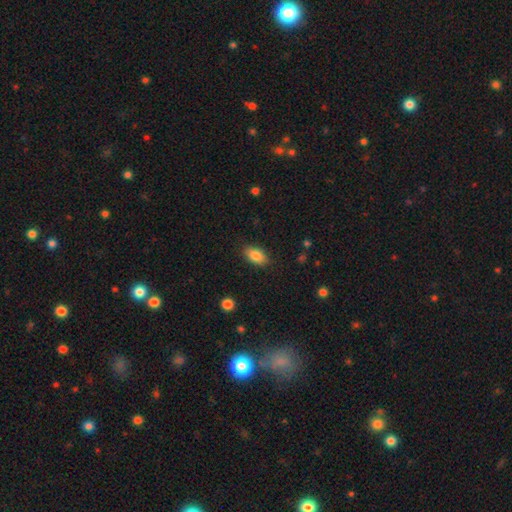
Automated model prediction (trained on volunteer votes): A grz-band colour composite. It shows a smooth galaxy with no disk features (84%) that is in between round and cigar-shaped (90%). Merging: none (86%).